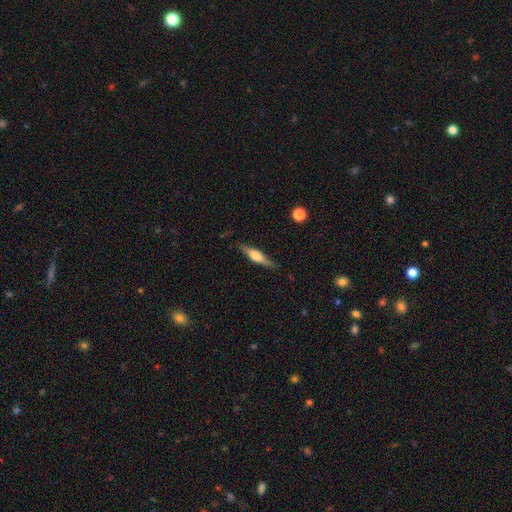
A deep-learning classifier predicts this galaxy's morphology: Smooth or featured? Predicted: featured or disk (p=0.57). Edge-on disk? Predicted: yes (p=0.95). Edge-on bulge? Predicted: rounded (p=0.80). Merging? Predicted: none (p=0.83).